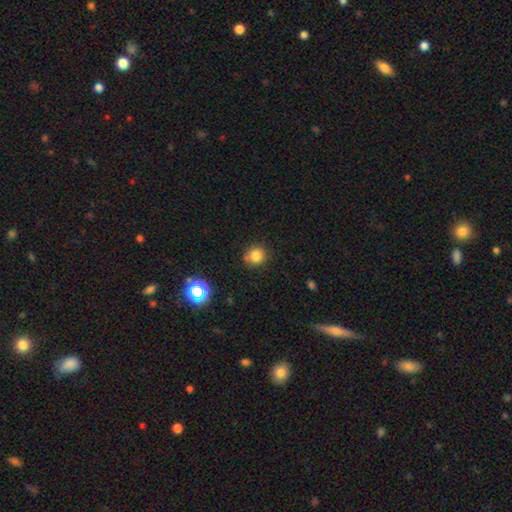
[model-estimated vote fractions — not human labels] smooth-or-featured: smooth: 81% | star or artifact: 14% | featured or disk: 5%
  how-rounded: round: 90% | in between: 9% | cigar-shaped: 1%
  merging: none: 82% | minor disturbance: 11% | merger: 4% | major disturbance: 3%